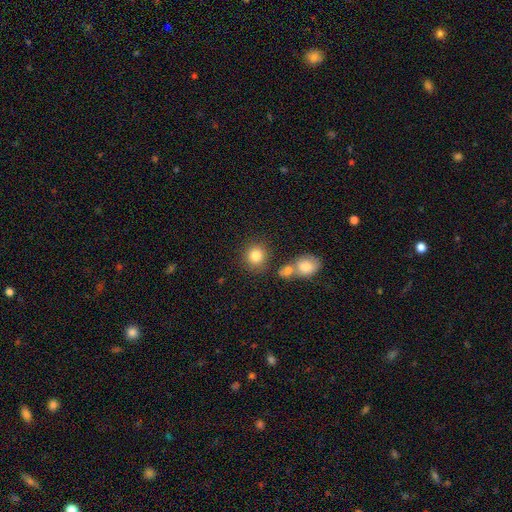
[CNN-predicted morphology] Smooth or featured: smooth — 83% (star or artifact — 10%)
How rounded: round — 85% (in between — 14%)
Merging: none — 75% (merger — 12%)